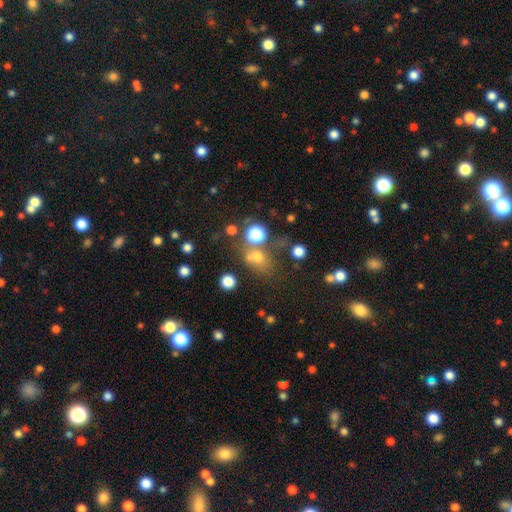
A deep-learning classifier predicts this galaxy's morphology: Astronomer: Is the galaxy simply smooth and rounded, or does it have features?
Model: smooth — 53% (runner-up: star or artifact, 35%).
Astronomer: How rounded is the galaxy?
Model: round — 62%.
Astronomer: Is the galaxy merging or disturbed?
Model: none — 60%.